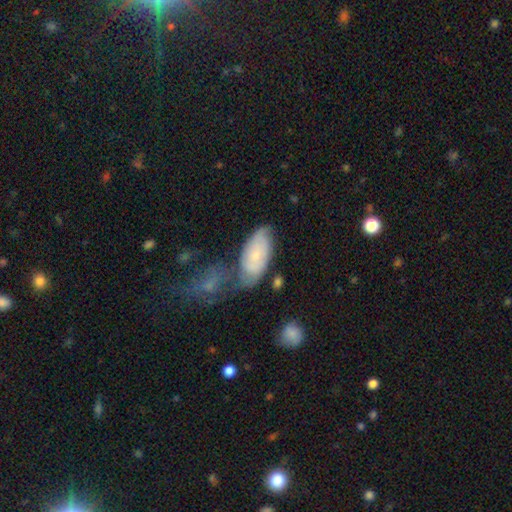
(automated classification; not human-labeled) A smooth galaxy with no disk features (56%) that is in between round and cigar-shaped (90%).

Vote fractions:
- Smooth or featured? smooth: 56% / featured or disk: 36% / star or artifact: 7%
- How rounded? in between: 90% / cigar-shaped: 6% / round: 3%
- Merging? none: 48% / minor disturbance: 22% / merger: 21% / major disturbance: 9%